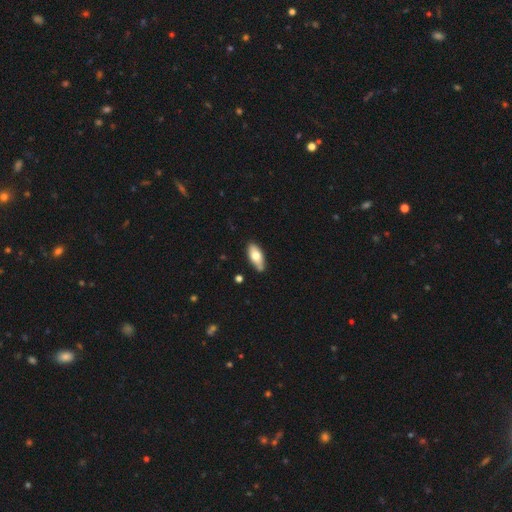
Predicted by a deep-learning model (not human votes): smooth-or-featured: smooth: 70% | featured or disk: 24% | star or artifact: 6%
  how-rounded: in between: 84% | cigar-shaped: 14% | round: 2%
  merging: none: 77% | minor disturbance: 17% | merger: 3% | major disturbance: 3%